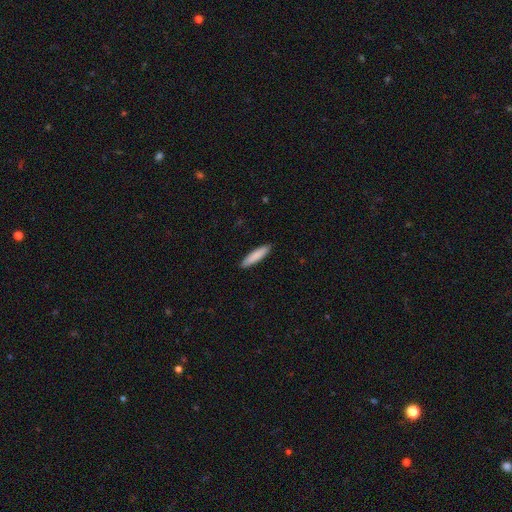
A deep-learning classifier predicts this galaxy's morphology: Smooth or featured?
  - smooth: 86% *
  - featured or disk: 9%
  - star or artifact: 5%
How rounded?
  - cigar-shaped: 83% *
  - in between: 16%
  - round: 1%
Merging?
  - none: 91% *
  - minor disturbance: 7%
  - major disturbance: 1%
  - merger: 1%